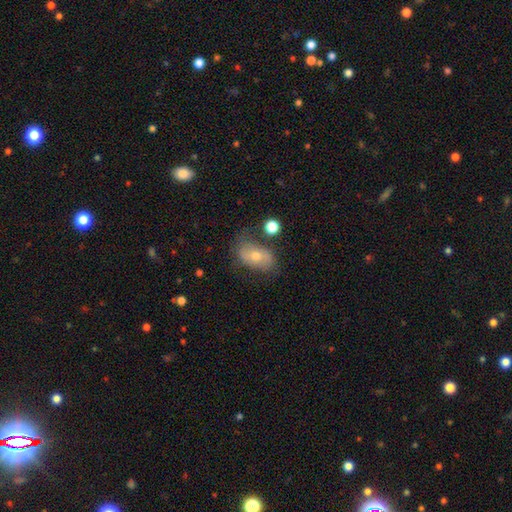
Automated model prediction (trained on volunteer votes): A smooth galaxy with no disk features (49%). Merging: none (59%).